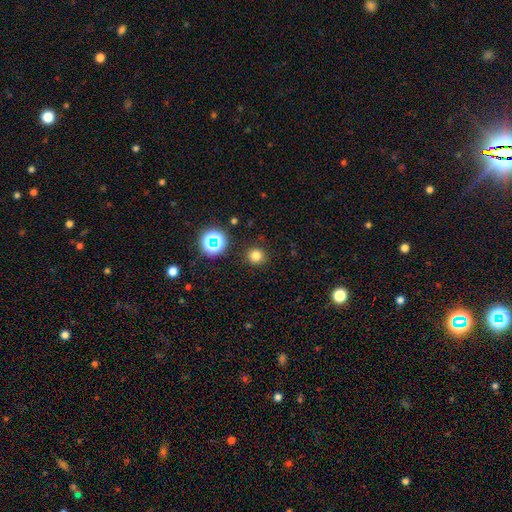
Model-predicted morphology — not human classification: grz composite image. It shows a smooth galaxy with no disk features (76%) that is round (93%). Merging: none (90%).